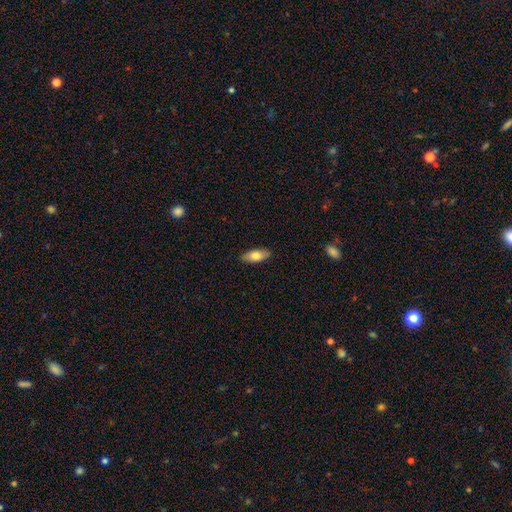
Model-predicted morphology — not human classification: Overall: smooth (76%). How rounded: in between (79%). Merging: none (88%).